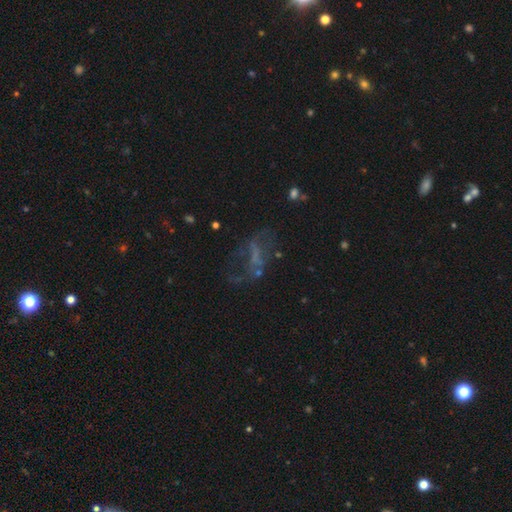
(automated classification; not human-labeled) Overall: featured or disk (49%; smooth 26%). Merging: none (41%; major disturbance 36%).